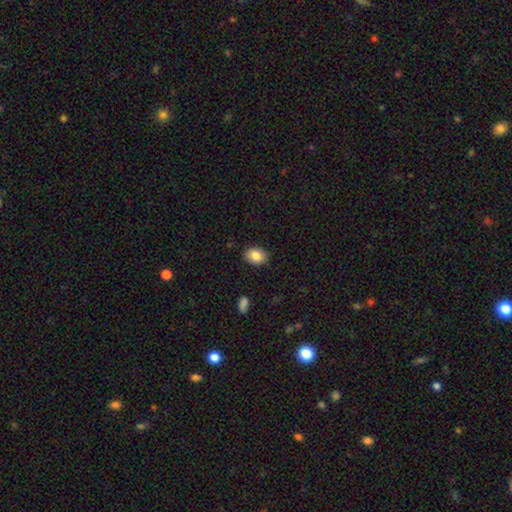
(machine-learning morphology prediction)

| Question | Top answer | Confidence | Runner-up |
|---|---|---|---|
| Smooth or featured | smooth | 85% | star or artifact (8%) |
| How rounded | in between | 74% | round (25%) |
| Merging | none | 87% | minor disturbance (9%) |